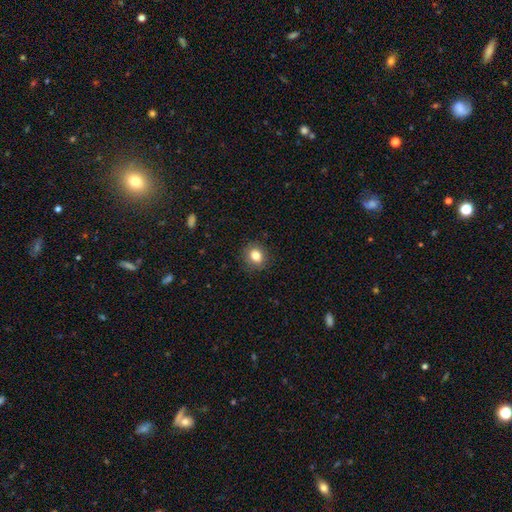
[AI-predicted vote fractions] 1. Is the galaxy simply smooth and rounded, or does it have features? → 83% smooth, 10% star or artifact, 7% featured or disk.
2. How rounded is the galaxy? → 70% round, 29% in between, 1% cigar-shaped.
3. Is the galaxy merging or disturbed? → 88% none, 8% minor disturbance, 2% major disturbance, 1% merger.